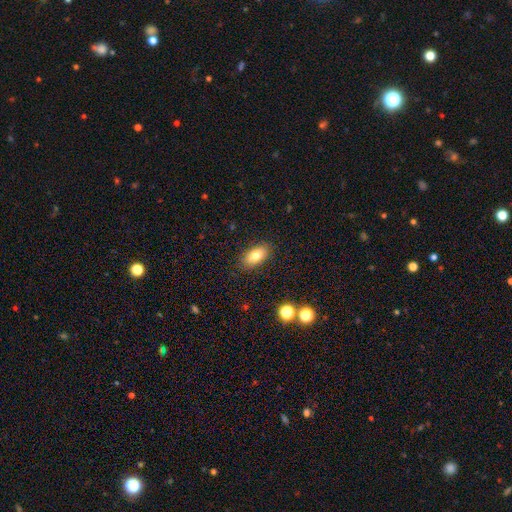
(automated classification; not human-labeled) Smooth or featured?
  - smooth: 78% *
  - featured or disk: 13%
  - star or artifact: 9%
How rounded?
  - in between: 90% *
  - round: 5%
  - cigar-shaped: 4%
Merging?
  - none: 86% *
  - minor disturbance: 10%
  - major disturbance: 3%
  - merger: 1%